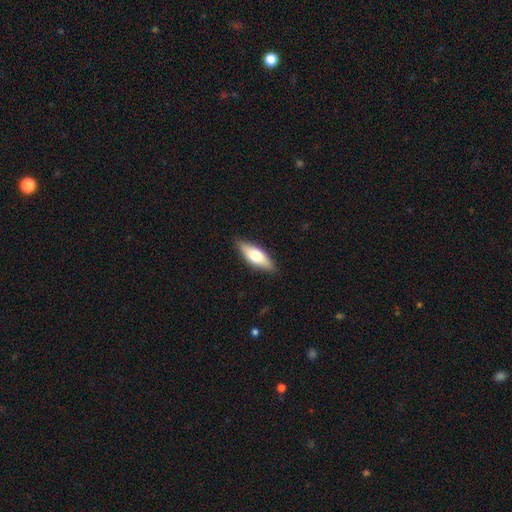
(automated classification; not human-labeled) Smooth or featured? Predicted: smooth (p=0.56). How rounded? Predicted: in between (p=0.61). Merging? Predicted: none (p=0.86).